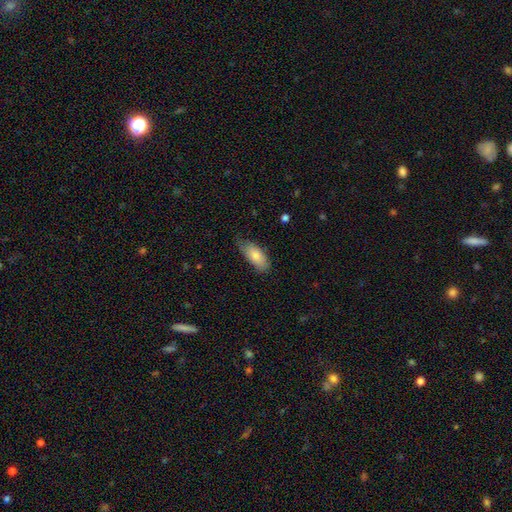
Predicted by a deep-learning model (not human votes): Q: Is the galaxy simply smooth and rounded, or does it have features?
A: smooth — 81%.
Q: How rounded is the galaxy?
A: in between — 87%.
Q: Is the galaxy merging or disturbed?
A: none — 61%.